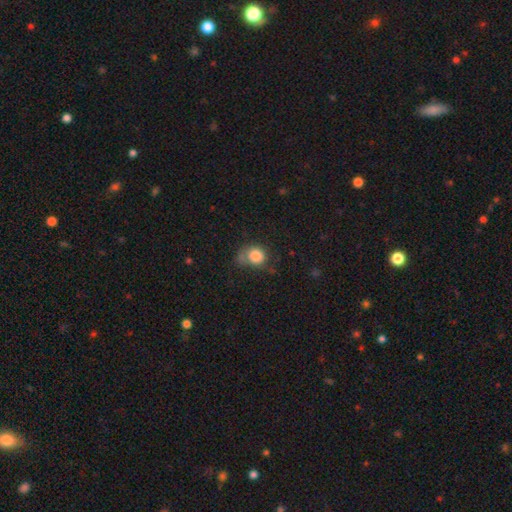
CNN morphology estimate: Smooth or featured? Predicted: smooth (p=0.83). How rounded? Predicted: round (p=0.74). Merging? Predicted: none (p=0.46).